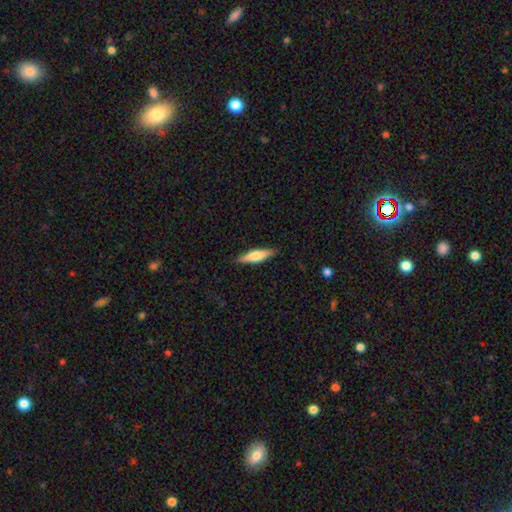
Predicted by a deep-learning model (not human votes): Overall: smooth (54%; featured or disk 40%). How rounded: cigar-shaped (71%). Merging: none (89%).